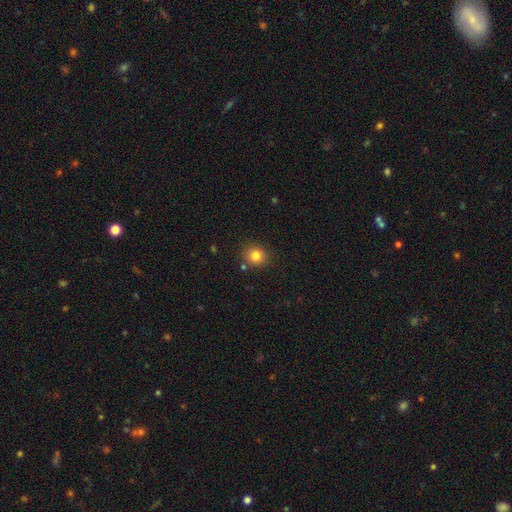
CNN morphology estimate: Smooth or featured?
  - smooth: 82% *
  - star or artifact: 12%
  - featured or disk: 6%
How rounded?
  - round: 82% *
  - in between: 17%
  - cigar-shaped: 1%
Merging?
  - none: 84% *
  - minor disturbance: 9%
  - merger: 4%
  - major disturbance: 3%